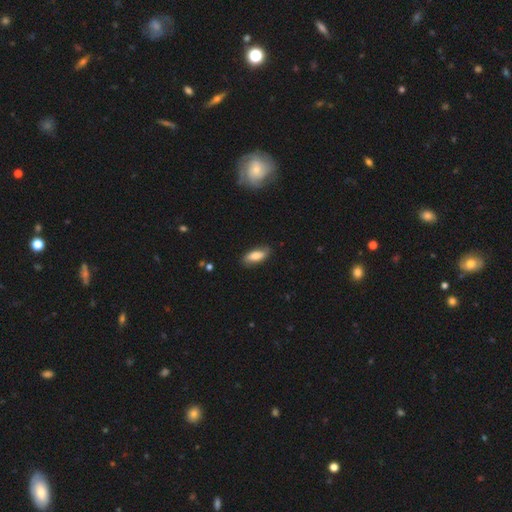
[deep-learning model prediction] Smooth or featured: smooth — 76% (featured or disk — 17%)
How rounded: in between — 80% (cigar-shaped — 18%)
Merging: none — 82% (minor disturbance — 14%)